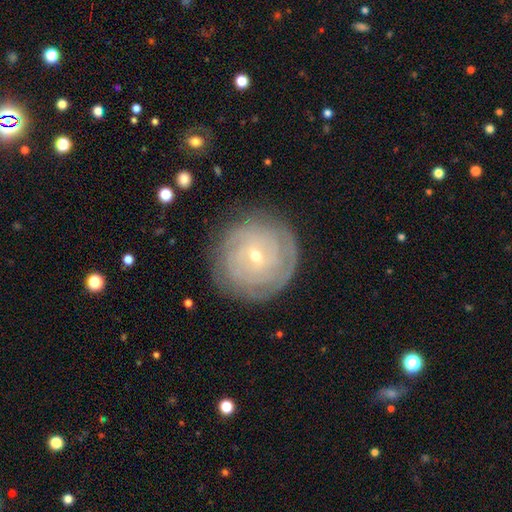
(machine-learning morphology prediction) smooth_or_featured: featured or disk (p=0.76) [alt: smooth p=0.17]
disk_edge_on: no (p=0.97) [alt: yes p=0.03]
bar: no (p=0.53) [alt: weak p=0.38]
has_spiral_arms: yes (p=0.89) [alt: no p=0.11]
spiral_winding: tight (p=0.85) [alt: medium p=0.12]
spiral_arm_count: can't tell (p=0.48) [alt: 2 p=0.15]
bulge_size: small (p=0.68) [alt: moderate p=0.29]
merging: none (p=0.83) [alt: minor disturbance p=0.12]